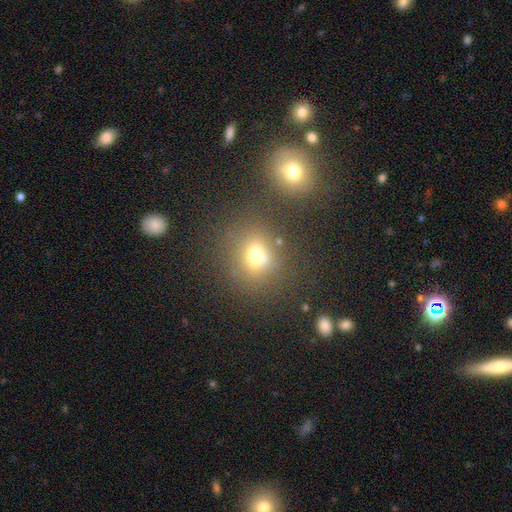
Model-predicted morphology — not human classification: Q: Smooth or featured?
A: smooth (69%); runner-up: star or artifact (19%)
Q: How rounded?
A: round (71%); runner-up: in between (28%)
Q: Merging?
A: none (68%); runner-up: merger (14%)